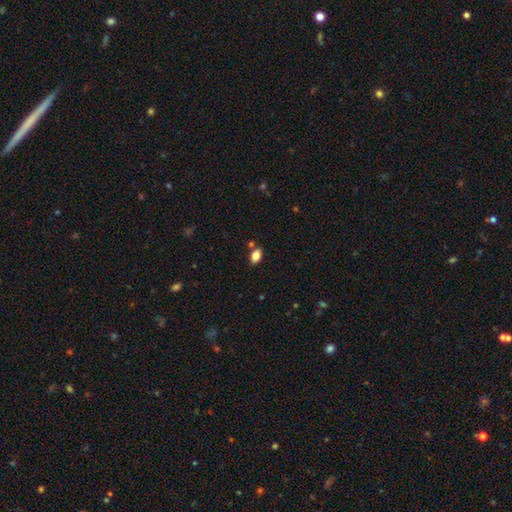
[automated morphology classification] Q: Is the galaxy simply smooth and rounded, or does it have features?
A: smooth — 83%.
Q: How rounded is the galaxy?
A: in between — 88%.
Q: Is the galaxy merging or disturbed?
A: none — 78%.